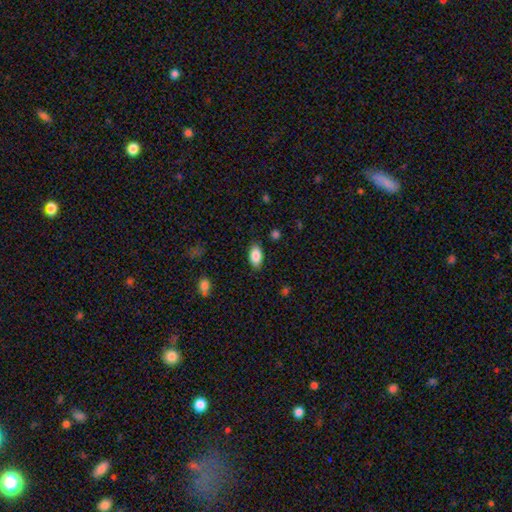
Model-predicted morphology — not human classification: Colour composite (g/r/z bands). It shows a smooth galaxy with no disk features (87%) that is in between round and cigar-shaped (93%). Merging: none (85%).